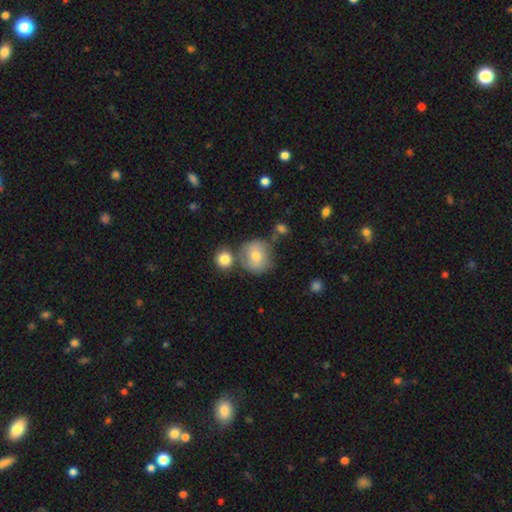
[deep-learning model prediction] Morphology: type=smooth (66%); roundness=round (85%); merging=none (53%).